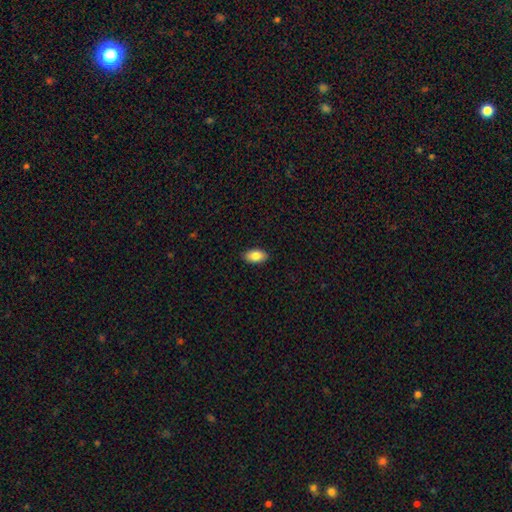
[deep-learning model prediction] smooth_or_featured: smooth (p=0.84) [alt: featured or disk p=0.09]
how_rounded: in between (p=0.93) [alt: round p=0.04]
merging: none (p=0.89) [alt: minor disturbance p=0.08]